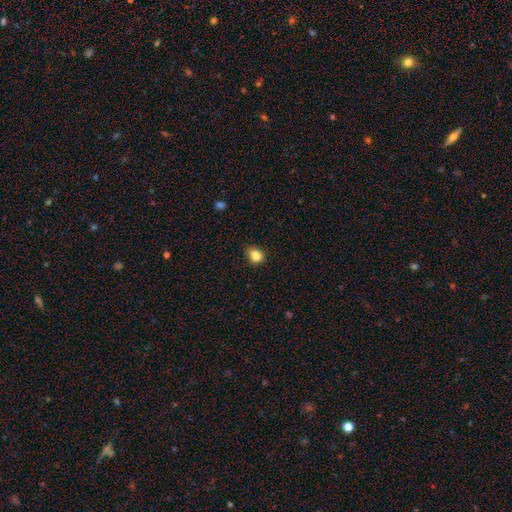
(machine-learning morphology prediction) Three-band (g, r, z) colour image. It shows a smooth galaxy with no disk features (85%) that is in between round and cigar-shaped (51%). Merging: none (70%).